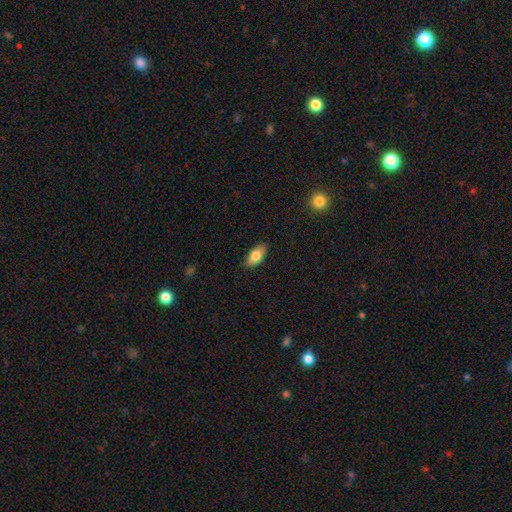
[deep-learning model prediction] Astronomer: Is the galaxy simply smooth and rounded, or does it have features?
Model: smooth — 80%.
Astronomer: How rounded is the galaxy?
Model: in between — 89%.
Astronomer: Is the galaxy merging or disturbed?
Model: none — 85%.